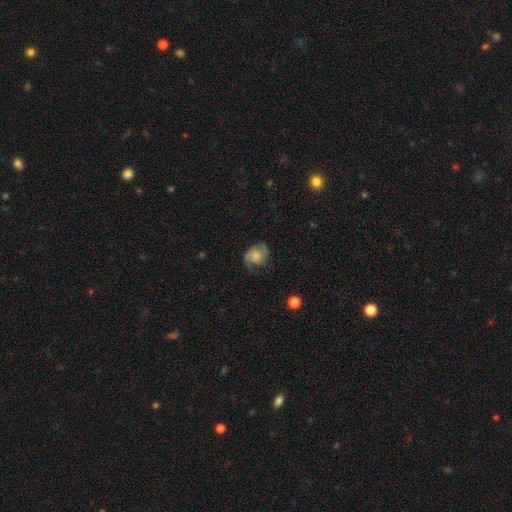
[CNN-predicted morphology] Smooth or featured?
  - featured or disk: 51% *
  - smooth: 41%
  - star or artifact: 9%
Edge-on disk?
  - no: 97% *
  - yes: 3%
Merging?
  - none: 59% *
  - minor disturbance: 26%
  - major disturbance: 13%
  - merger: 1%